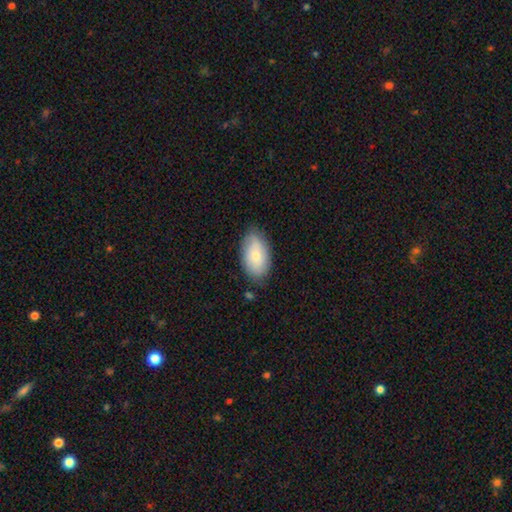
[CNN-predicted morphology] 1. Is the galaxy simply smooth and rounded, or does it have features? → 70% smooth, 24% featured or disk, 6% star or artifact.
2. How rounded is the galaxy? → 93% in between, 5% round, 2% cigar-shaped.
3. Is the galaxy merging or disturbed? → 77% none, 17% minor disturbance, 3% major disturbance, 2% merger.